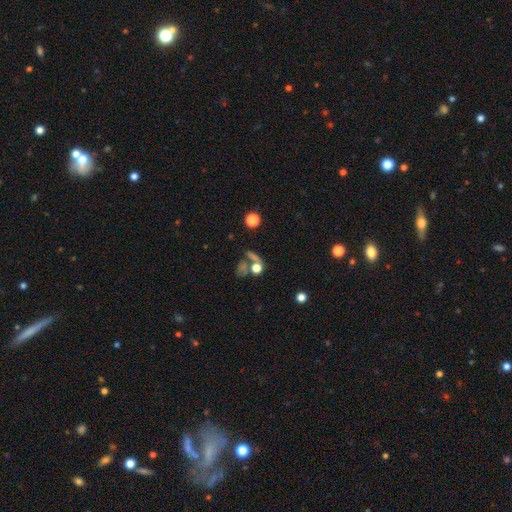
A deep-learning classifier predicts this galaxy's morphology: Smooth or featured? smooth (47%)
Merging? none (40%)